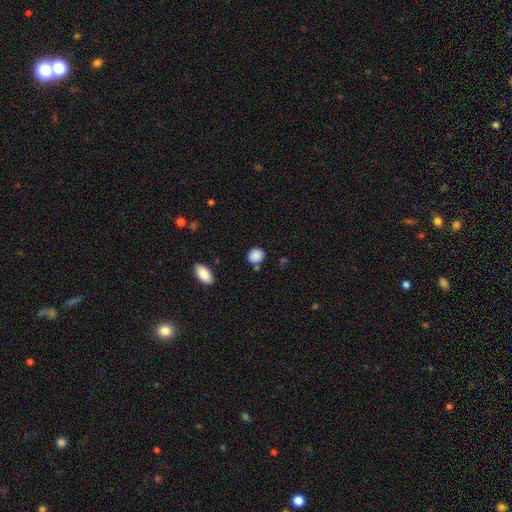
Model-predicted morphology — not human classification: This appears to be a smooth galaxy with no disk features (88%) that is round (77%). Merging: none (78%).